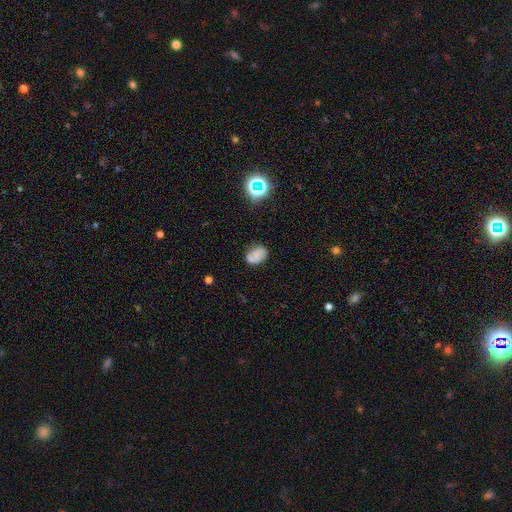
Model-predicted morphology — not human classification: smooth-or-featured: smooth: 56% | featured or disk: 31% | star or artifact: 14%
  how-rounded: in between: 71% | round: 28% | cigar-shaped: 1%
  merging: none: 67% | minor disturbance: 22% | major disturbance: 7% | merger: 4%